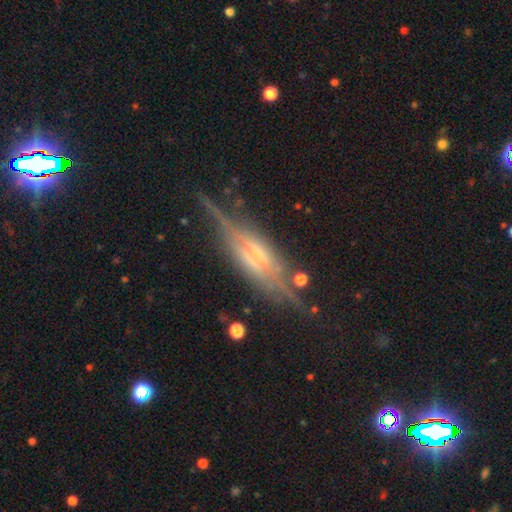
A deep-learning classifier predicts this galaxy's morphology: Smooth or featured? Predicted: featured or disk (p=0.79). Edge-on disk? Predicted: yes (p=0.92). Edge-on bulge? Predicted: rounded (p=0.46). Merging? Predicted: none (p=0.74).